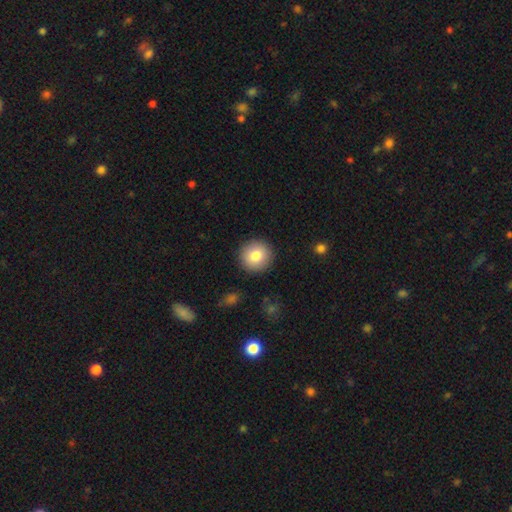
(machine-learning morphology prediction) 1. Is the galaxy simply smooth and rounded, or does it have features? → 81% smooth, 10% featured or disk, 9% star or artifact.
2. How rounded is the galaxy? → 94% round, 5% in between, 1% cigar-shaped.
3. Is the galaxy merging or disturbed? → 91% none, 6% minor disturbance, 2% major disturbance, 1% merger.